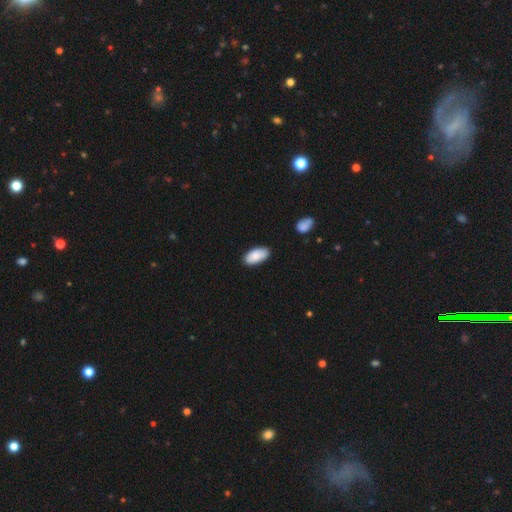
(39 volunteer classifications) Smooth or featured?
  - smooth: 87% *
  - featured or disk: 10%
  - star or artifact: 3%
How rounded?
  - in between: 97% *
  - cigar-shaped: 3%
  - round: 0%
Merging?
  - none: 89% *
  - minor disturbance: 11%
  - major disturbance: 0%
  - merger: 0%